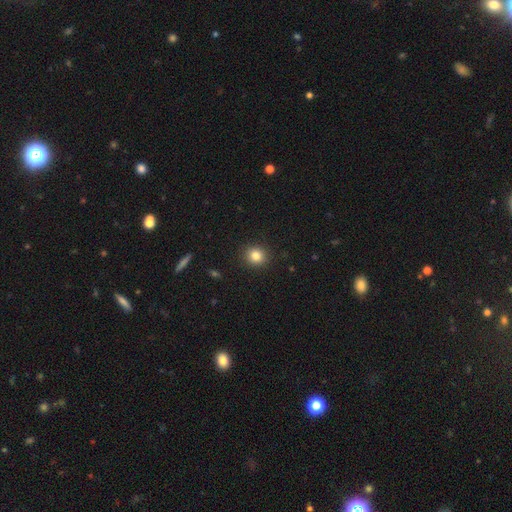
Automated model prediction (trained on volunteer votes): A smooth galaxy with no disk features (82%) that is round (87%).

Vote fractions:
- Smooth or featured? smooth: 82% / star or artifact: 11% / featured or disk: 7%
- How rounded? round: 87% / in between: 12% / cigar-shaped: 1%
- Merging? none: 92% / minor disturbance: 6% / major disturbance: 2% / merger: 1%